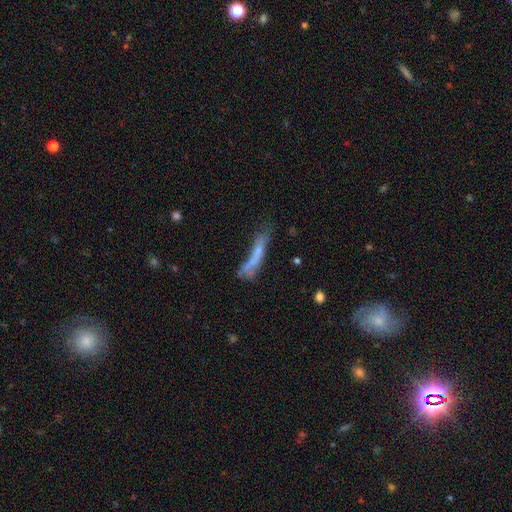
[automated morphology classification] The model was most divided on "merging": none: 38%, minor disturbance: 24%, major disturbance: 23%, merger: 14%. More confident: how rounded — cigar-shaped (86%); smooth or featured — smooth (52%).